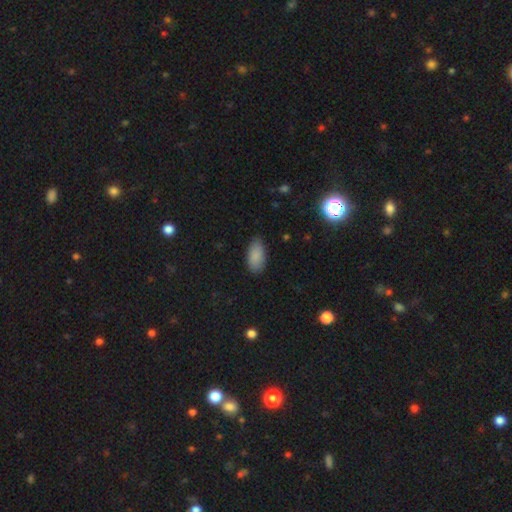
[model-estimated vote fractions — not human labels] Overall: smooth (88%). How rounded: in between (93%). Merging: none (82%).